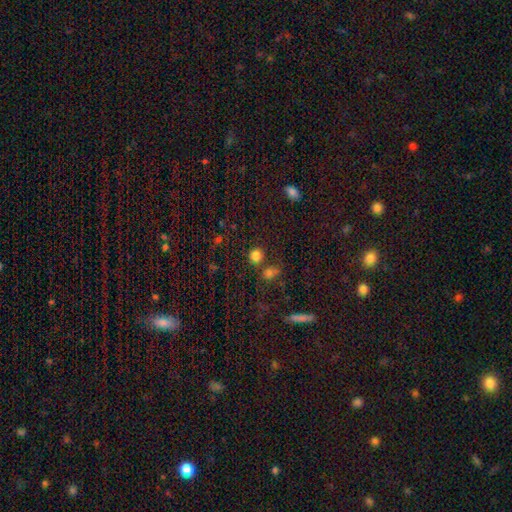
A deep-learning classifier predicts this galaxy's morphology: smooth-or-featured: smooth: 80% | star or artifact: 15% | featured or disk: 5%
  how-rounded: round: 86% | in between: 13% | cigar-shaped: 1%
  merging: none: 75% | merger: 12% | minor disturbance: 9% | major disturbance: 4%